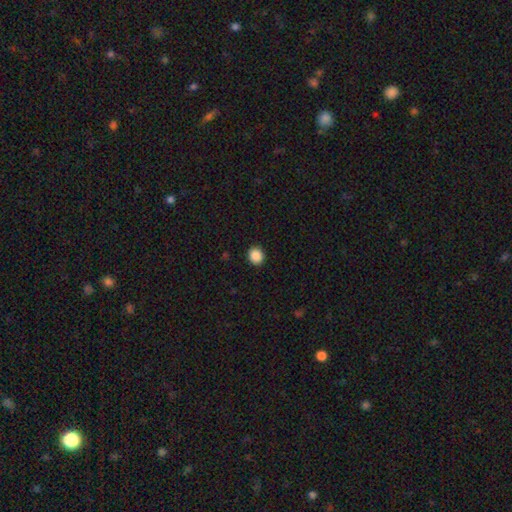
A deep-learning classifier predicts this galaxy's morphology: type=smooth (88%); roundness=round (80%); merging=none (92%).